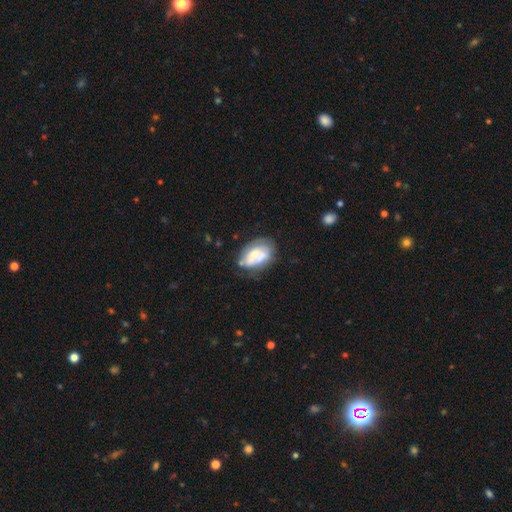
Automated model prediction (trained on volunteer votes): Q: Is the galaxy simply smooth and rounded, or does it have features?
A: featured or disk — 49%.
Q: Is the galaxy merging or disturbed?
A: none — 46%.